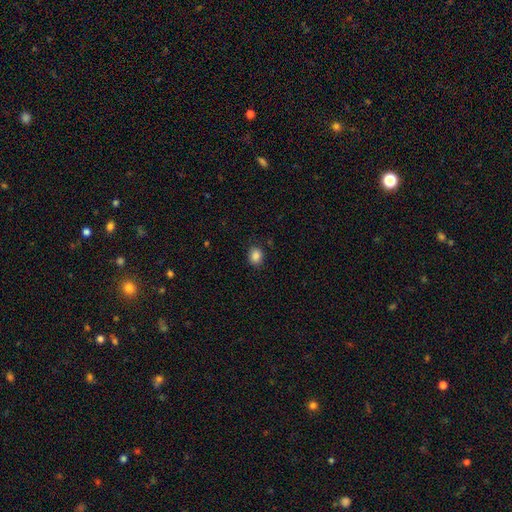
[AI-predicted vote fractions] smooth-or-featured: smooth: 86% | star or artifact: 10% | featured or disk: 4%
  how-rounded: round: 58% | in between: 42% | cigar-shaped: 1%
  merging: none: 85% | minor disturbance: 11% | major disturbance: 3% | merger: 1%